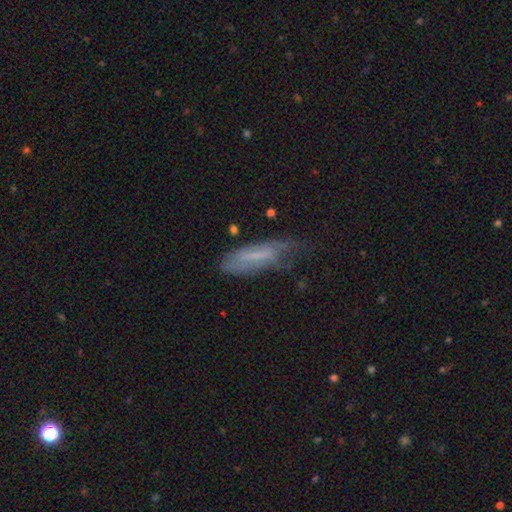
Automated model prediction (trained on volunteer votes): Smooth or featured? Predicted: smooth (p=0.47). Merging? Predicted: none (p=0.40).